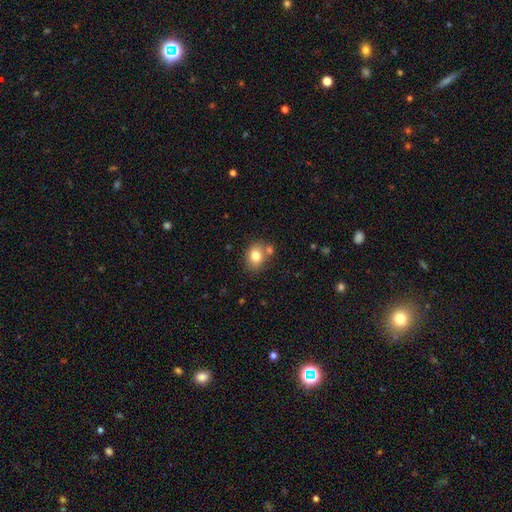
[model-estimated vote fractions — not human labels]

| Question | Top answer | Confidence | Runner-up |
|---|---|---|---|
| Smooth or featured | smooth | 78% | featured or disk (12%) |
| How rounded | round | 51% | in between (48%) |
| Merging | none | 65% | merger (18%) |